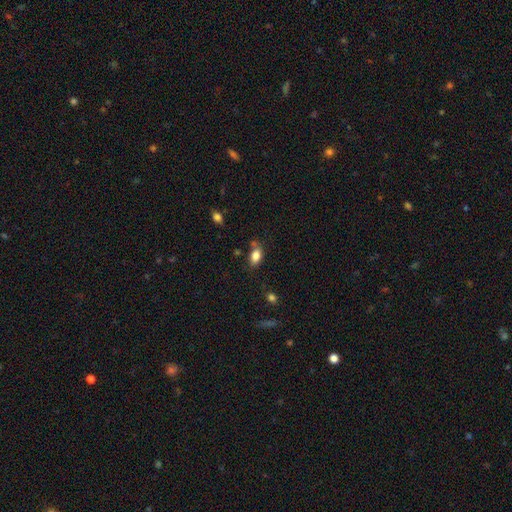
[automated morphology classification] Q: Smooth or featured?
A: smooth (84%); runner-up: star or artifact (9%)
Q: How rounded?
A: in between (87%); runner-up: round (10%)
Q: Merging?
A: none (67%); runner-up: minor disturbance (18%)